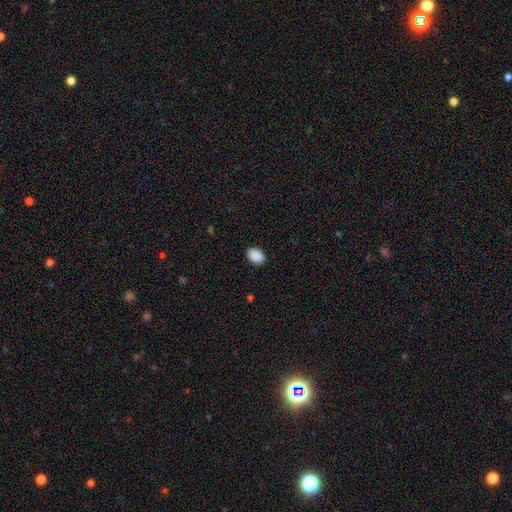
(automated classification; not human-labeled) Smooth or featured? smooth (91%)
How rounded? in between (84%)
Merging? none (89%)